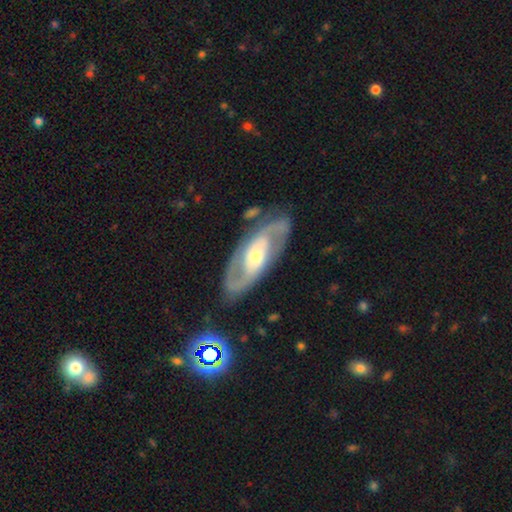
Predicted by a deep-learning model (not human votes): This is clearly a featured or disk galaxy (85%). It is clearly not viewed edge-on (92%). Bar: possibly no (45%). Spiral arm pattern: clearly yes (91%). Spiral arm count: clearly 2 (87%). Spiral winding: possibly medium (48%). Central bulge: possibly moderate (54%). Merging: clearly none (81%).